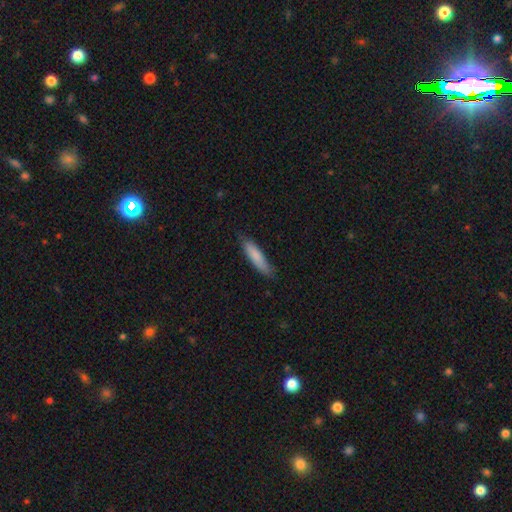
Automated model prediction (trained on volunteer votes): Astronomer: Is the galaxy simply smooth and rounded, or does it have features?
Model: smooth — 83%.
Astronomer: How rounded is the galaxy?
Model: cigar-shaped — 75%.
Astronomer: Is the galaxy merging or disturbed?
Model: none — 80%.